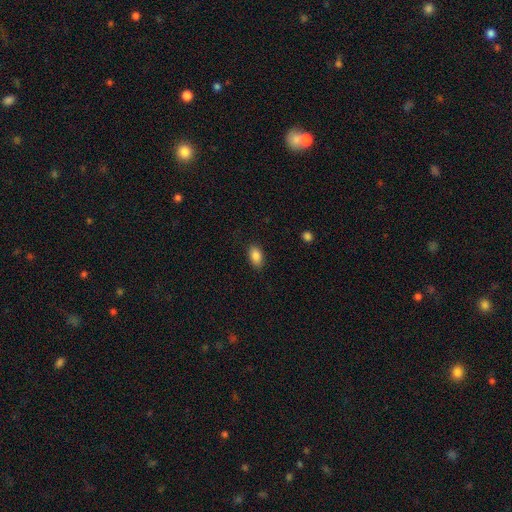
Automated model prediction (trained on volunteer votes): Smooth or featured? Predicted: smooth (p=0.86). How rounded? Predicted: in between (p=0.90). Merging? Predicted: none (p=0.86).